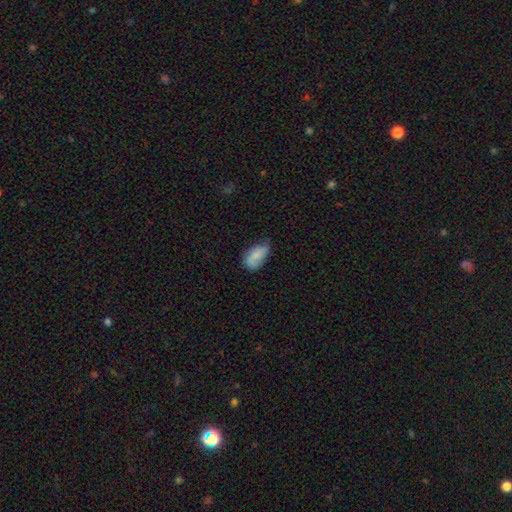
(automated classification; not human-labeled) Smooth or featured? smooth (75%)
How rounded? in between (92%)
Merging? none (48%)